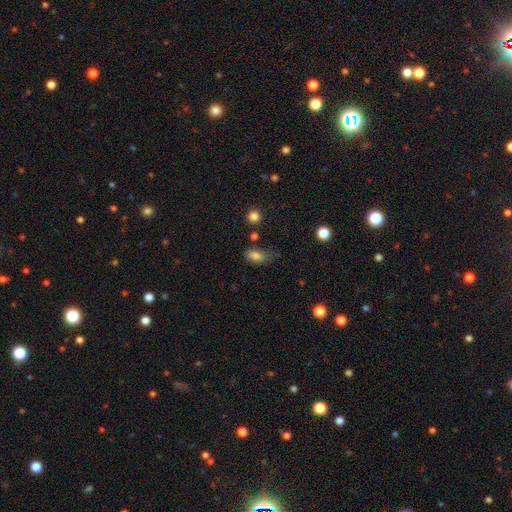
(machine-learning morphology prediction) smooth_or_featured: smooth (p=0.81) [alt: star or artifact p=0.10]
how_rounded: in between (p=0.87) [alt: round p=0.09]
merging: none (p=0.51) [alt: minor disturbance p=0.32]